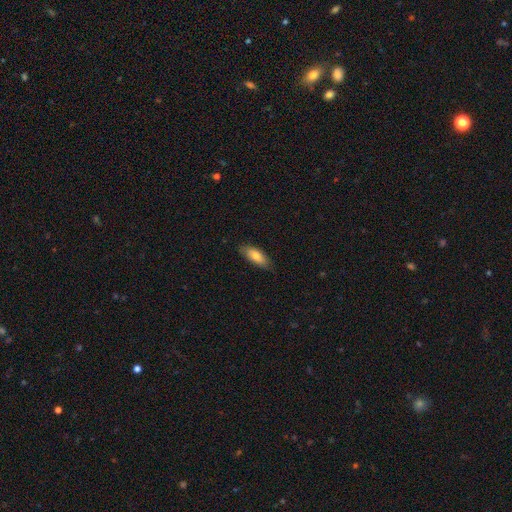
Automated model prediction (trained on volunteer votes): smooth-or-featured: smooth: 76% | featured or disk: 18% | star or artifact: 6%
  how-rounded: in between: 74% | cigar-shaped: 24% | round: 2%
  merging: none: 81% | minor disturbance: 15% | major disturbance: 3% | merger: 1%